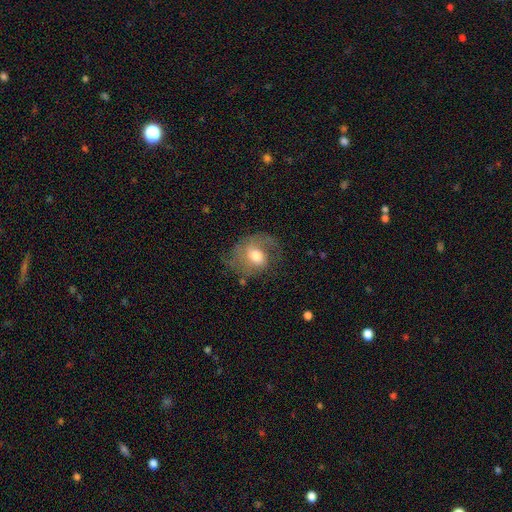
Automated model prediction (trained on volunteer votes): Smooth or featured: featured or disk — 61% (smooth — 31%)
Edge-on disk: no — 97% (yes — 3%)
Bar: no — 54% (weak — 38%)
Spiral arms: yes — 83% (no — 17%)
Bulge size: moderate — 63% (large — 22%)
Merging: none — 53% (minor disturbance — 23%)